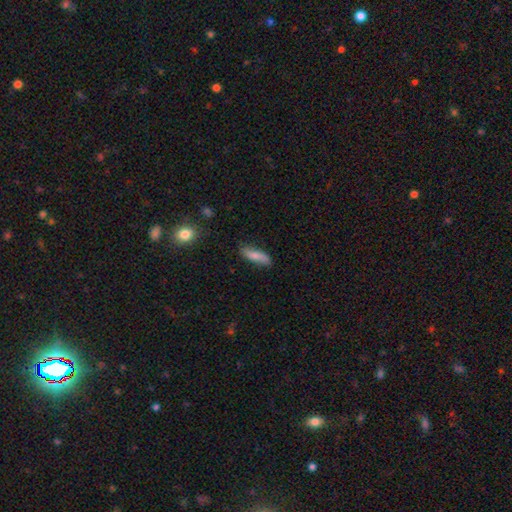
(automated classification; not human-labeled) Smooth or featured? Predicted: smooth (p=0.73). How rounded? Predicted: cigar-shaped (p=0.53). Merging? Predicted: none (p=0.75).